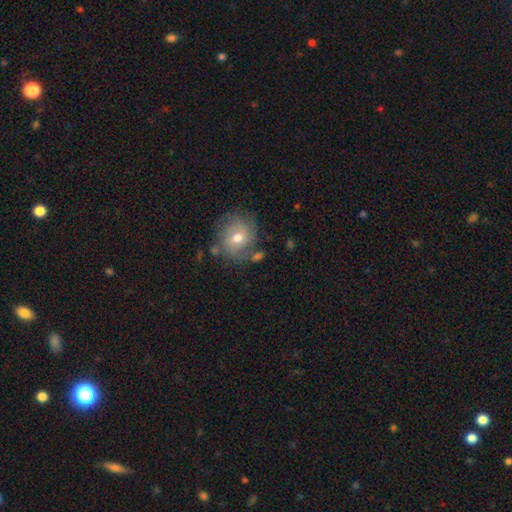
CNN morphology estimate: Smooth or featured: featured or disk — 49% (smooth — 38%)
Merging: none — 69% (minor disturbance — 17%)